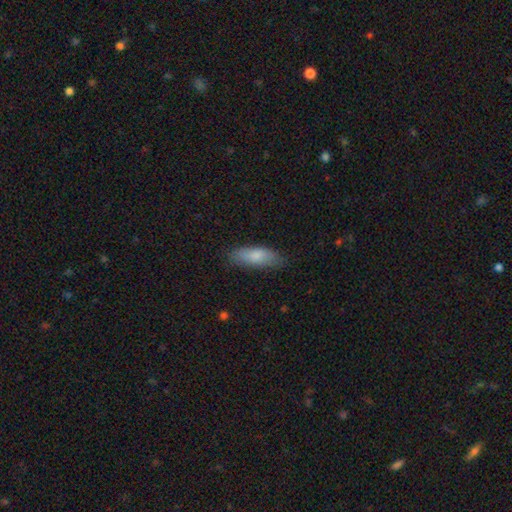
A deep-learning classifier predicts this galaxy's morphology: This is clearly a smooth galaxy (81%). How rounded: likely in between (61%). Merging: likely none (80%).